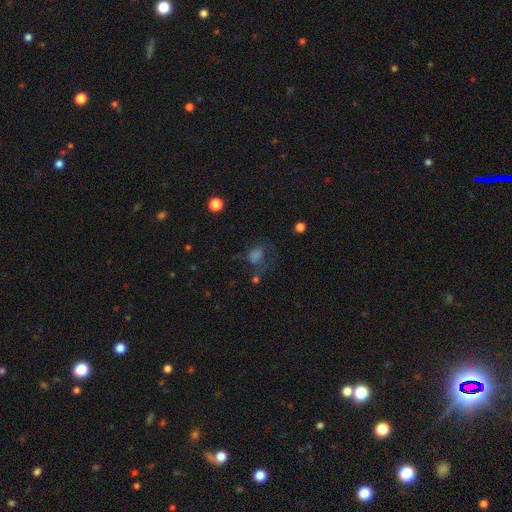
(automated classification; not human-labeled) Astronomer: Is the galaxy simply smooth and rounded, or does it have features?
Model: smooth — 51%.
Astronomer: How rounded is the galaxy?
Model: in between — 50% (runner-up: round, 48%).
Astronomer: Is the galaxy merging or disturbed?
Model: none — 42% (runner-up: major disturbance, 33%).